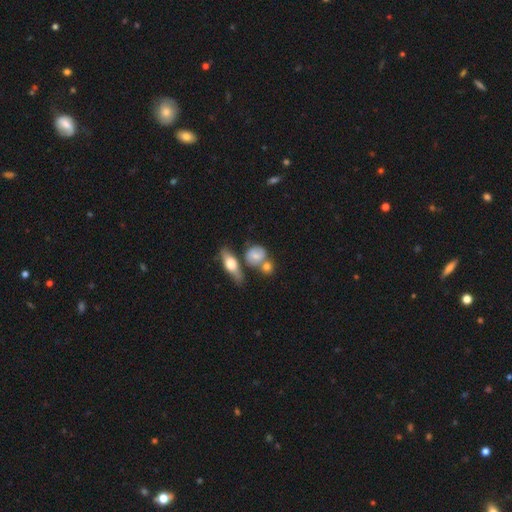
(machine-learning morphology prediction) A smooth galaxy with no disk features (63%) that is round (67%).

Vote fractions:
- Smooth or featured? smooth: 63% / featured or disk: 27% / star or artifact: 9%
- How rounded? round: 67% / in between: 29% / cigar-shaped: 4%
- Merging? none: 51% / merger: 26% / minor disturbance: 17% / major disturbance: 7%